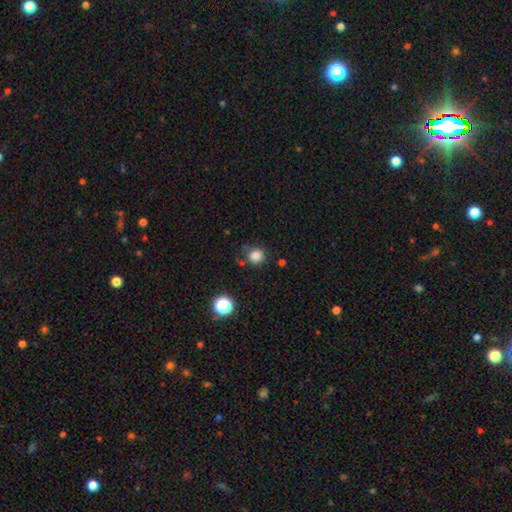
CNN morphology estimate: Overall: smooth (83%). How rounded: round (84%). Merging: none (76%).